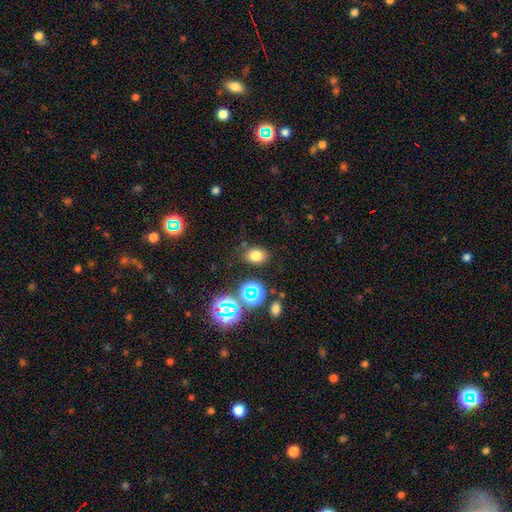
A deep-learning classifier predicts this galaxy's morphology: type=smooth (74%); roundness=in between (64%); merging=none (81%).